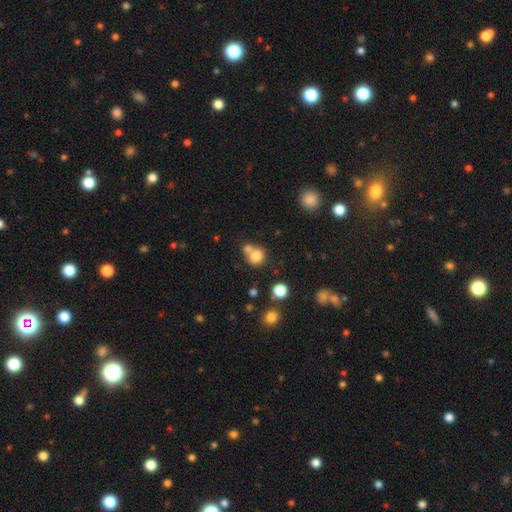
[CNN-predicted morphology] A smooth galaxy with no disk features (78%) that is round (83%).

Vote fractions:
- Smooth or featured? smooth: 78% / star or artifact: 12% / featured or disk: 10%
- How rounded? round: 83% / in between: 16% / cigar-shaped: 1%
- Merging? none: 44% (tied) / merger: 44% (tied) / minor disturbance: 8% / major disturbance: 3%